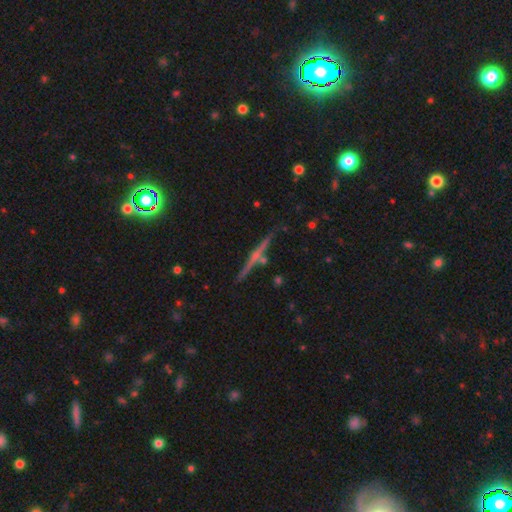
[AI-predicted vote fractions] The model was most divided on "edge-on bulge": rounded: 46%, none: 45%, boxy: 9%. More confident: edge-on disk — yes (97%); merging — none (85%); smooth or featured — featured or disk (70%).